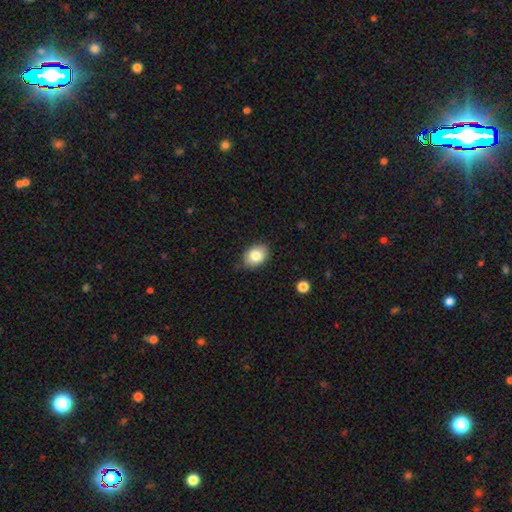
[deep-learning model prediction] This appears to be a smooth galaxy with no disk features (82%) that is in between round and cigar-shaped (71%). Merging: none (86%).